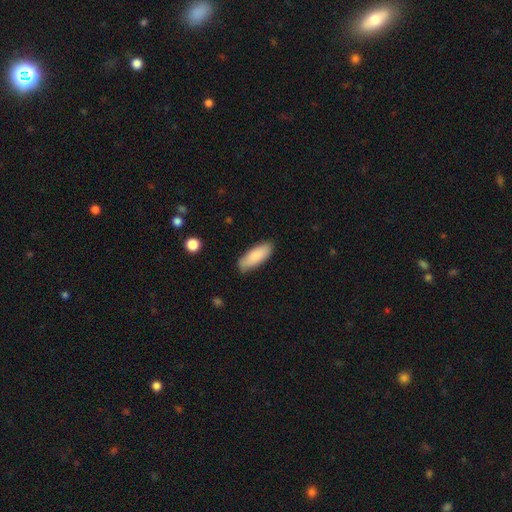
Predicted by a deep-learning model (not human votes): Morphology: type=smooth (87%); roundness=in between (70%); merging=none (85%).